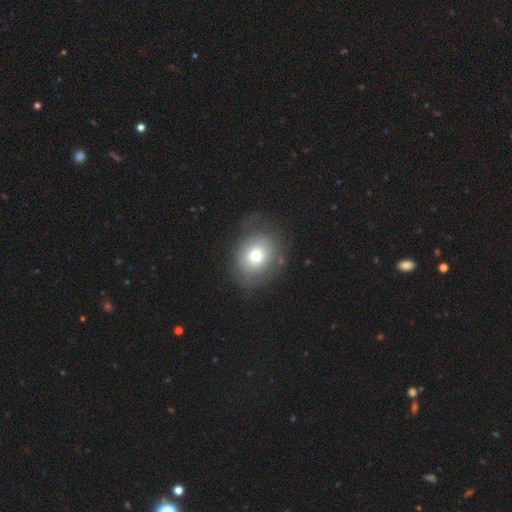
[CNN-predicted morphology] Smooth or featured? smooth (72%)
How rounded? round (61%)
Merging? none (69%)